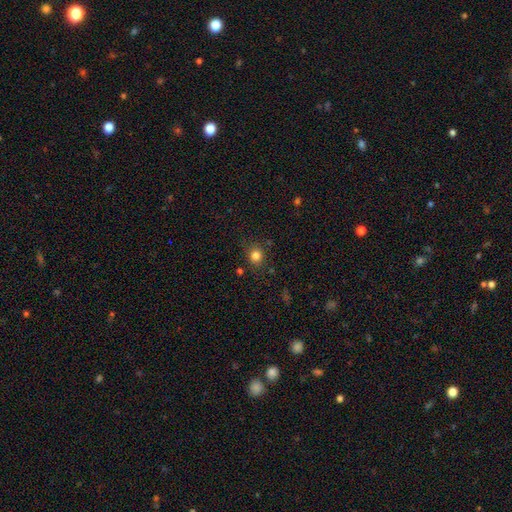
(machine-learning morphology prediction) Q: Smooth or featured?
A: smooth (81%); runner-up: star or artifact (13%)
Q: How rounded?
A: round (81%); runner-up: in between (18%)
Q: Merging?
A: none (82%); runner-up: minor disturbance (12%)